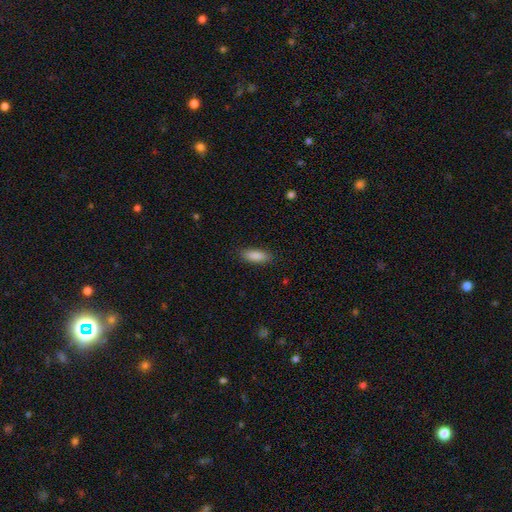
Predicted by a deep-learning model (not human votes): Overall: smooth (88%). How rounded: in between (72%). Merging: none (87%).